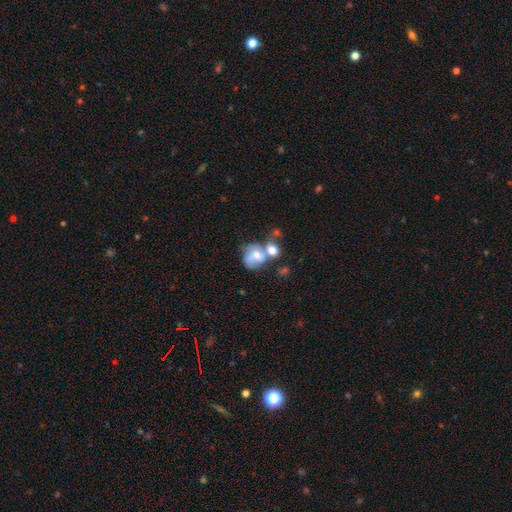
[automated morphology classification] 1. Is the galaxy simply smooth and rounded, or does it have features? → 57% smooth, 34% featured or disk, 10% star or artifact.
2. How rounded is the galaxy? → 50% round, 48% in between, 1% cigar-shaped.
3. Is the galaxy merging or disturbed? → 53% merger, 20% none, 14% major disturbance, 13% minor disturbance.